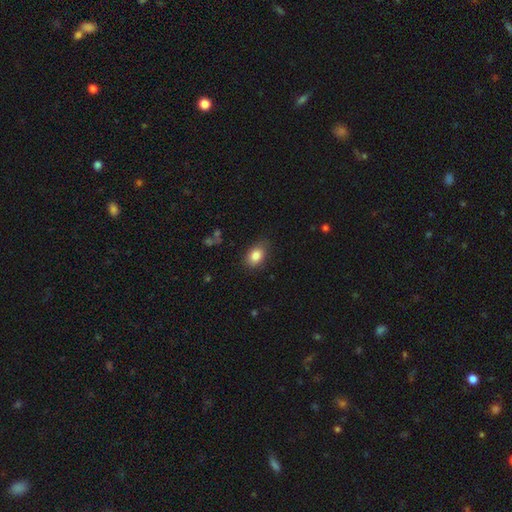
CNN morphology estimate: Smooth or featured?
  - smooth: 85% *
  - star or artifact: 9%
  - featured or disk: 7%
How rounded?
  - in between: 78% *
  - round: 21%
  - cigar-shaped: 1%
Merging?
  - none: 78% *
  - minor disturbance: 17%
  - major disturbance: 4%
  - merger: 1%